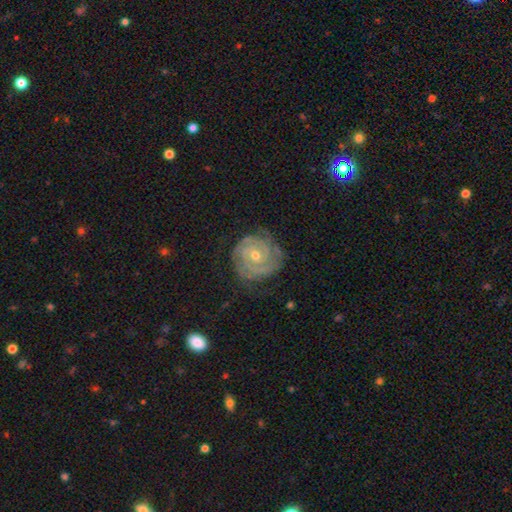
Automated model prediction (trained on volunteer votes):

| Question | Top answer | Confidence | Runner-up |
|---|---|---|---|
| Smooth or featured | featured or disk | 89% | smooth (6%) |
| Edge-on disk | no | 98% | yes (2%) |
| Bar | no | 69% | weak (24%) |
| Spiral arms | yes | 97% | no (3%) |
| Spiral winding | tight | 83% | medium (14%) |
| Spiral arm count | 2 | 40% | 3 (25%) |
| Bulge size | small | 49% | tied: moderate (49%) |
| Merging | none | 78% | minor disturbance (16%) |